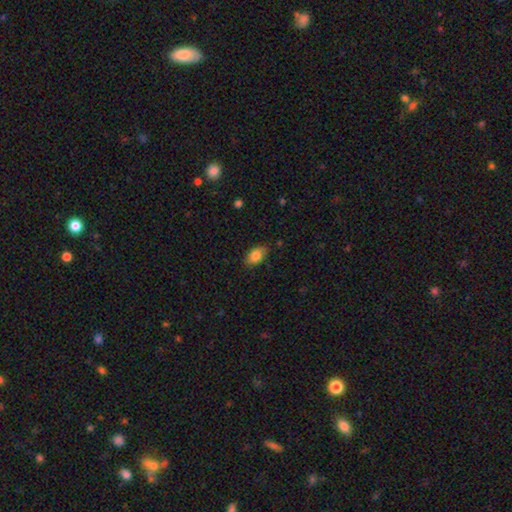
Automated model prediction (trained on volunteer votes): Overall: smooth (84%). How rounded: in between (88%). Merging: none (80%).